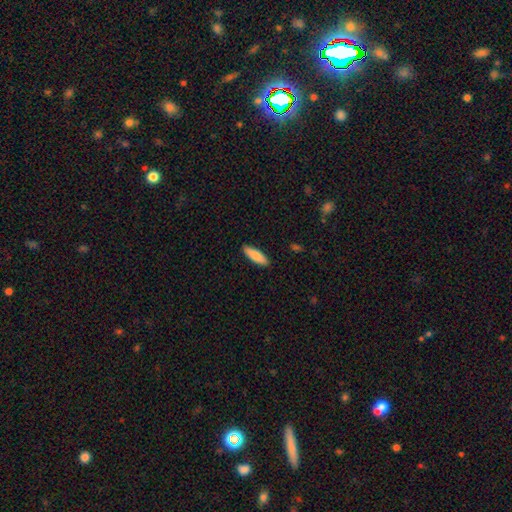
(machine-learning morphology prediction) A smooth galaxy with no disk features (82%) that is cigar-shaped (53%).

Vote fractions:
- Smooth or featured? smooth: 82% / featured or disk: 13% / star or artifact: 5%
- How rounded? cigar-shaped: 53% / in between: 46% / round: 2%
- Merging? none: 90% / minor disturbance: 8% / major disturbance: 2% / merger: 1%